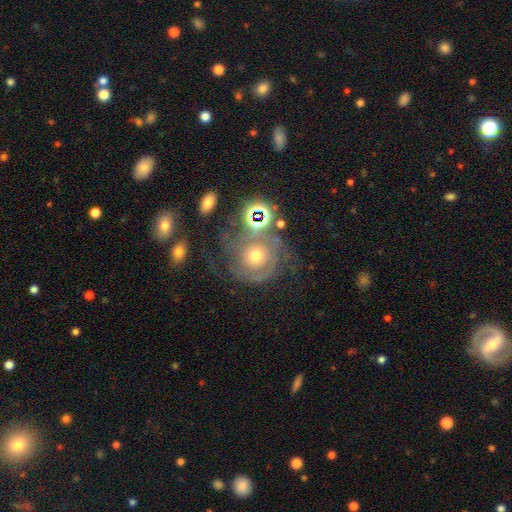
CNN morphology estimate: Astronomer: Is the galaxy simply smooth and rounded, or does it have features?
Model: featured or disk — 66%.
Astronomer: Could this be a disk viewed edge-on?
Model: no — 97%.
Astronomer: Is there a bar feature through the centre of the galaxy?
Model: no — 82%.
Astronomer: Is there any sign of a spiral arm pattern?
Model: yes — 81%.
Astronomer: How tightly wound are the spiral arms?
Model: tight — 60%.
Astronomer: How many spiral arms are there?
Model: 2 — 37% (runner-up: can't tell, 34%).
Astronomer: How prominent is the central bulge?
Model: moderate — 67%.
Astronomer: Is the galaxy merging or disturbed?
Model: none — 51%.